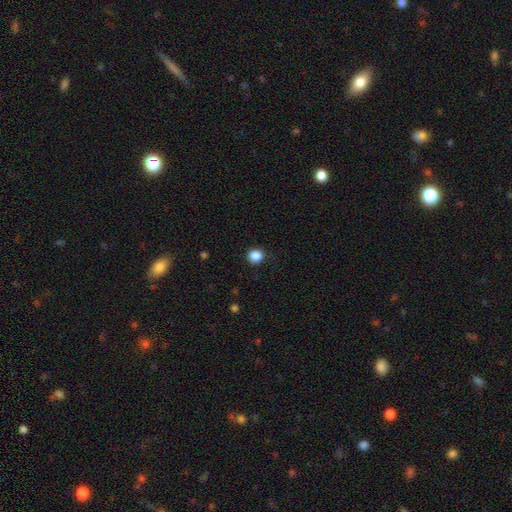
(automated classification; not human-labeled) This is clearly a smooth galaxy (87%). How rounded: clearly round (83%). Merging: clearly none (86%).